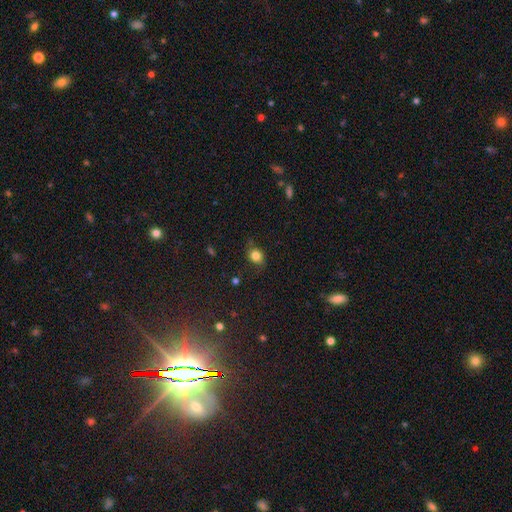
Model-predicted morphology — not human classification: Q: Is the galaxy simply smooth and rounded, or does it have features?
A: smooth — 78%.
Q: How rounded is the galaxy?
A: round — 55%.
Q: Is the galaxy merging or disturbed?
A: none — 67%.